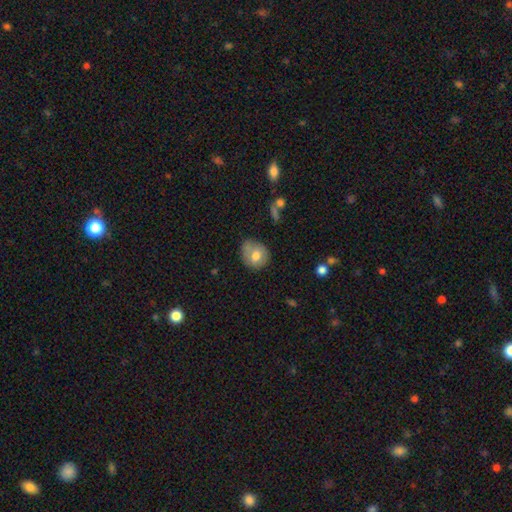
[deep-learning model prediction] smooth_or_featured: smooth (p=0.72) [alt: featured or disk p=0.19]
how_rounded: round (p=0.72) [alt: in between p=0.27]
merging: none (p=0.61) [alt: minor disturbance p=0.27]